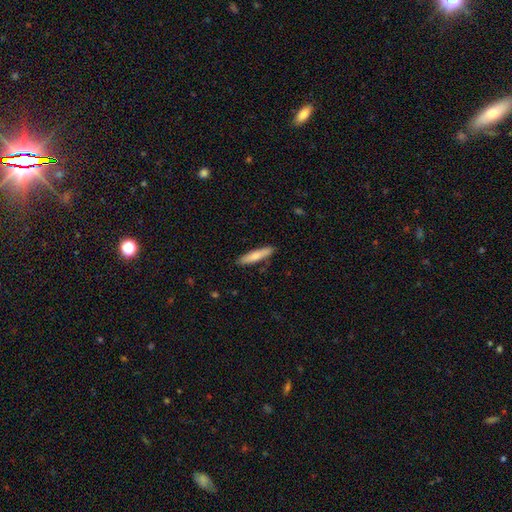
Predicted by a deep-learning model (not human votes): This is likely a smooth galaxy (72%). How rounded: clearly cigar-shaped (84%). Merging: clearly none (88%).